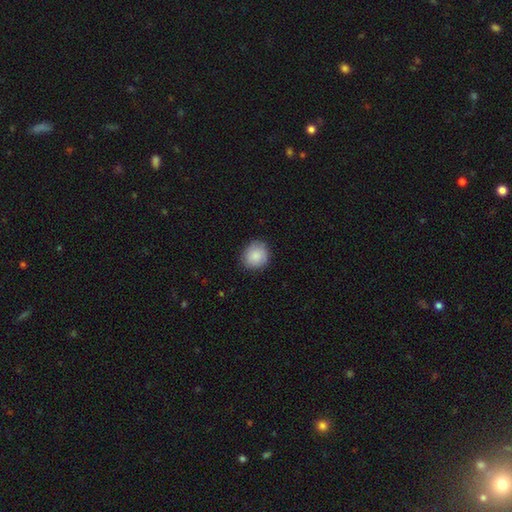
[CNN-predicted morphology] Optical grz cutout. It shows a smooth galaxy with no disk features (87%) that is round (78%). Merging: none (84%).